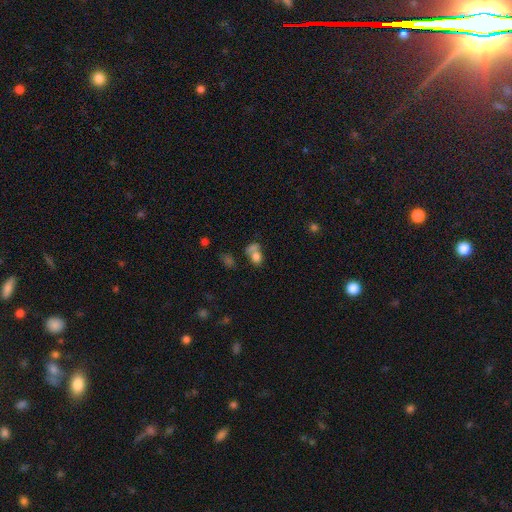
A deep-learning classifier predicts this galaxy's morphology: type=smooth (74%); roundness=in between (59%); merging=merger (46%).